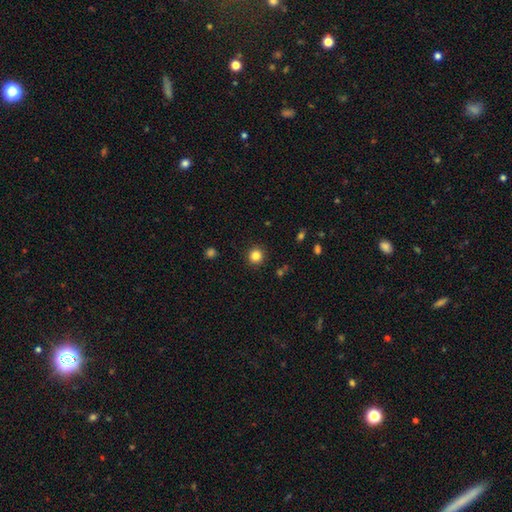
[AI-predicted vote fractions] Smooth or featured: smooth — 84% (star or artifact — 12%)
How rounded: round — 94% (in between — 5%)
Merging: none — 91% (minor disturbance — 5%)